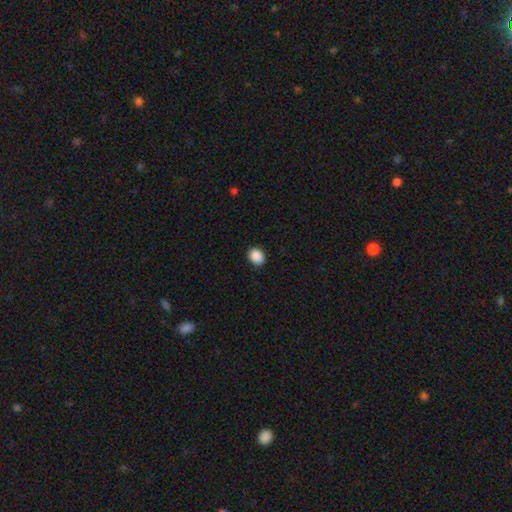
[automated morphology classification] smooth_or_featured: smooth (p=0.89) [alt: star or artifact p=0.08]
how_rounded: round (p=0.51) [alt: in between p=0.48]
merging: none (p=0.89) [alt: minor disturbance p=0.08]